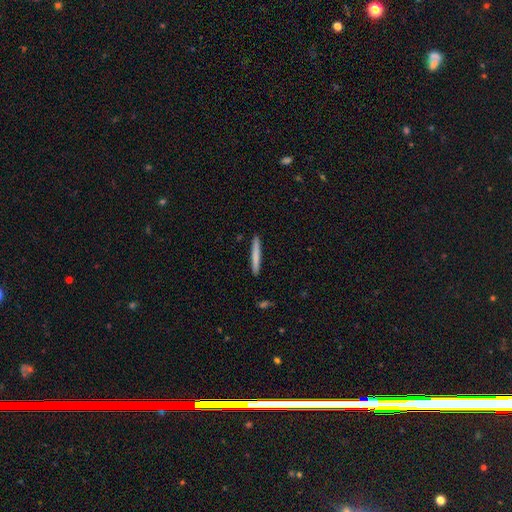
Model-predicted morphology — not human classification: This is likely a smooth galaxy (76%). How rounded: clearly cigar-shaped (96%). Merging: clearly none (92%).